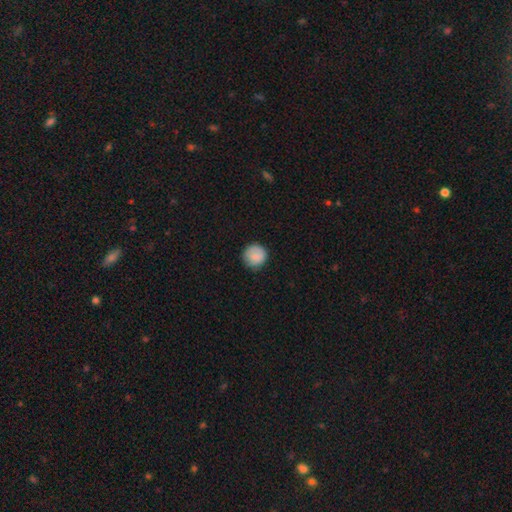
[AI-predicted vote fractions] Q: Smooth or featured?
A: smooth (85%); runner-up: featured or disk (8%)
Q: How rounded?
A: round (93%); runner-up: in between (6%)
Q: Merging?
A: none (84%); runner-up: minor disturbance (12%)